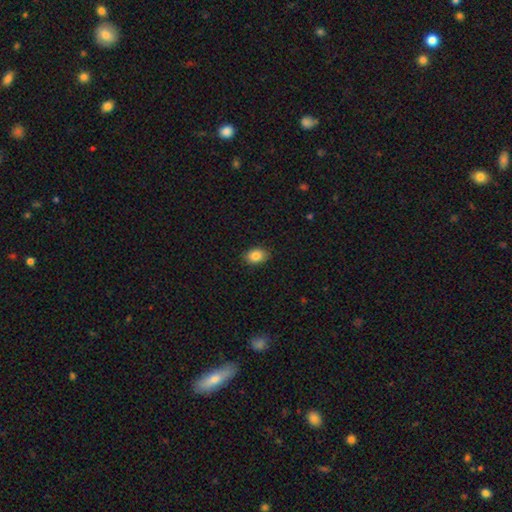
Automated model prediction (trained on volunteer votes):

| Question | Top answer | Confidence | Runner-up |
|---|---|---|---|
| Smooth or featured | smooth | 85% | star or artifact (8%) |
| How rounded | in between | 77% | round (22%) |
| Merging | none | 88% | minor disturbance (9%) |